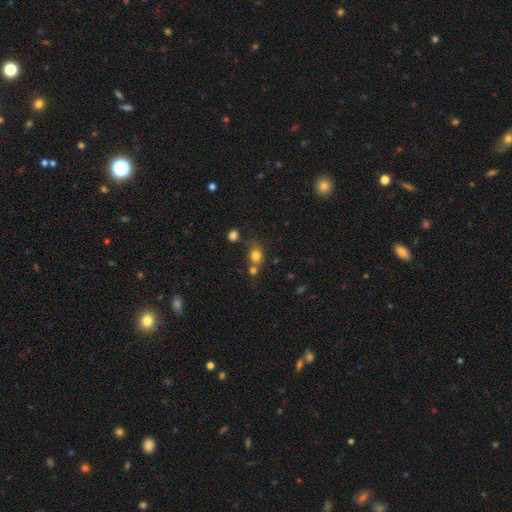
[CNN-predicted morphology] smooth-or-featured: smooth: 79% | star or artifact: 13% | featured or disk: 8%
  how-rounded: round: 60% | in between: 38% | cigar-shaped: 2%
  merging: none: 49% | merger: 29% | minor disturbance: 15% | major disturbance: 7%